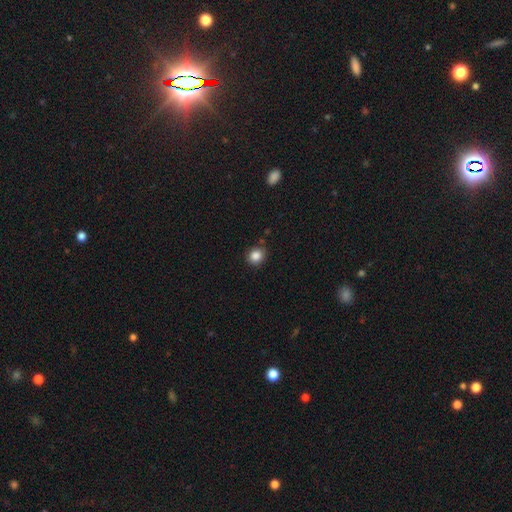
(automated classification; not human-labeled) This is clearly a smooth galaxy (86%). How rounded: clearly round (81%). Merging: clearly none (85%).